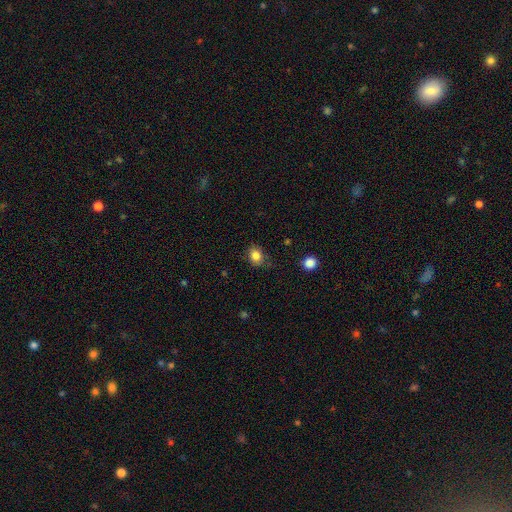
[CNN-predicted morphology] A smooth galaxy with no disk features (83%) that is round (52%). Merging: none (70%).